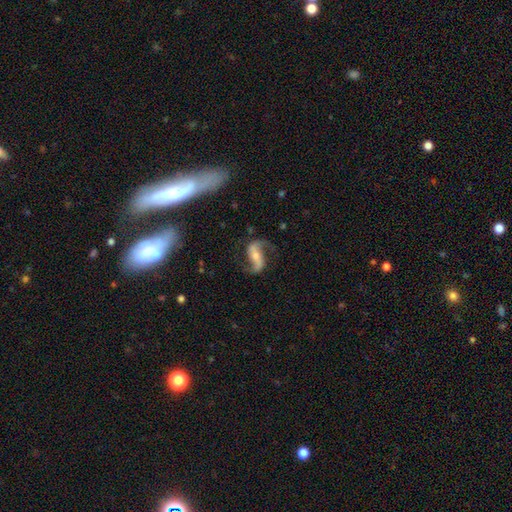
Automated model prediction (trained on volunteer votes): Overall: featured or disk (87%). Edge-on disk: no (96%). Bar: strong (45%; weak 31%). Spiral arms: yes (96%). Spiral arm count: 2 (93%). Spiral winding: loose (68%). Bulge size: small (46%; moderate 44%). Merging: none (77%).